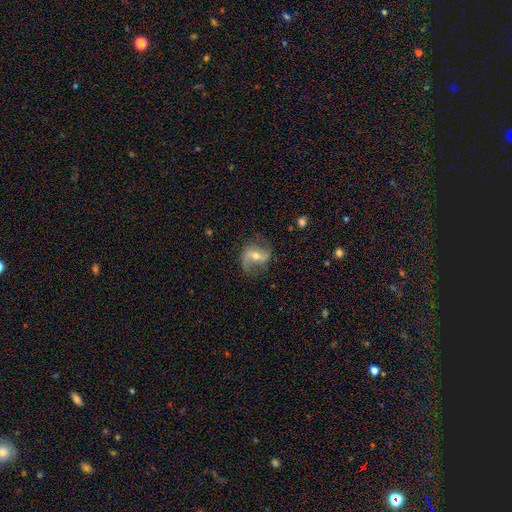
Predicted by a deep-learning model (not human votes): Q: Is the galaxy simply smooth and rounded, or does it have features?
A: featured or disk — 78%.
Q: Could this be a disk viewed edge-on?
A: no — 96%.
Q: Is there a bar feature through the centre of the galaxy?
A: weak — 39%.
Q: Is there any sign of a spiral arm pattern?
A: yes — 91%.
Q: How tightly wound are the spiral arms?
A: loose — 63%.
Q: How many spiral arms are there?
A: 2 — 88%.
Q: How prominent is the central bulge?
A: moderate — 54%.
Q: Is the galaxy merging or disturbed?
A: none — 74%.